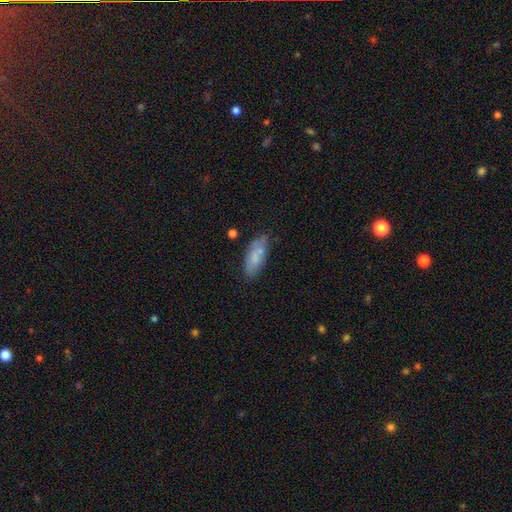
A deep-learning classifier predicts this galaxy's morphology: Smooth or featured?
  - smooth: 68% *
  - featured or disk: 24%
  - star or artifact: 8%
How rounded?
  - in between: 79% *
  - cigar-shaped: 18%
  - round: 2%
Merging?
  - none: 65% *
  - minor disturbance: 23%
  - merger: 7%
  - major disturbance: 6%